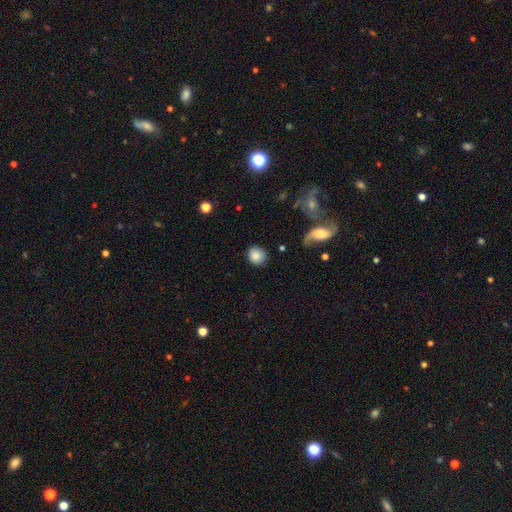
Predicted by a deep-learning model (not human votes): smooth 84%, featured or disk 8%, star or artifact 8%. Down the decision tree: how rounded — round (81%); merging — none (82%).